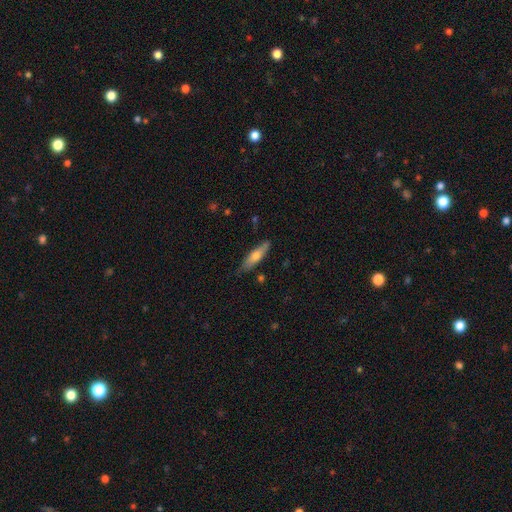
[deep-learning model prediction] Smooth or featured? smooth (61%)
How rounded? cigar-shaped (68%)
Merging? none (78%)